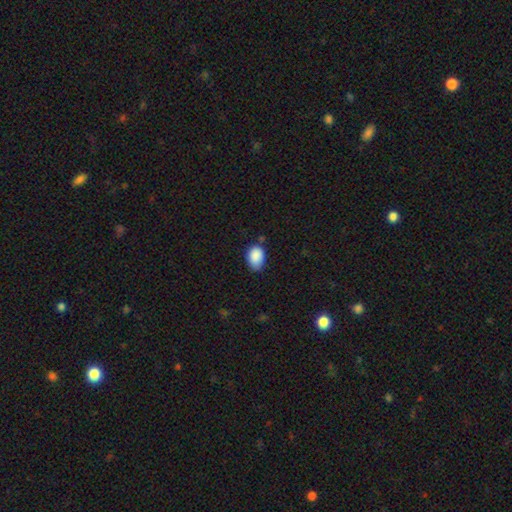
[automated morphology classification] type=smooth (89%); roundness=in between (83%); merging=none (64%).